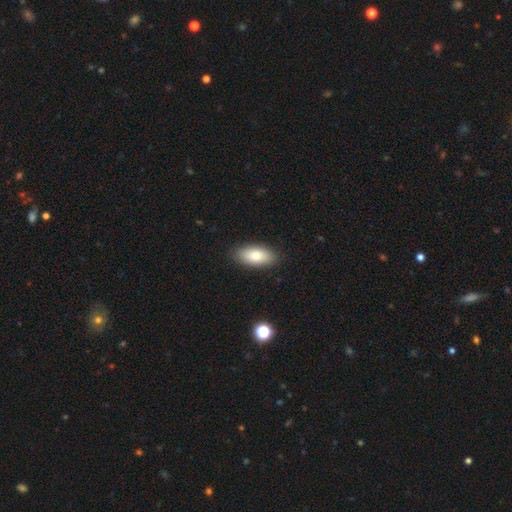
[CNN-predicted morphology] Smooth or featured?
  - smooth: 80% *
  - featured or disk: 13%
  - star or artifact: 7%
How rounded?
  - in between: 90% *
  - cigar-shaped: 7%
  - round: 3%
Merging?
  - none: 88% *
  - minor disturbance: 9%
  - major disturbance: 2%
  - merger: 1%